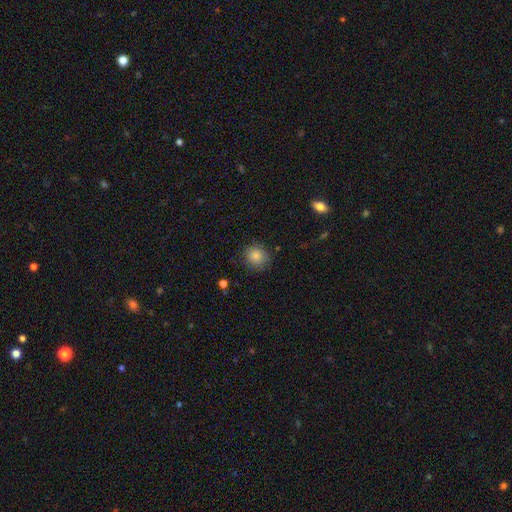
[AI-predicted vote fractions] Smooth or featured? smooth (84%)
How rounded? round (86%)
Merging? none (86%)